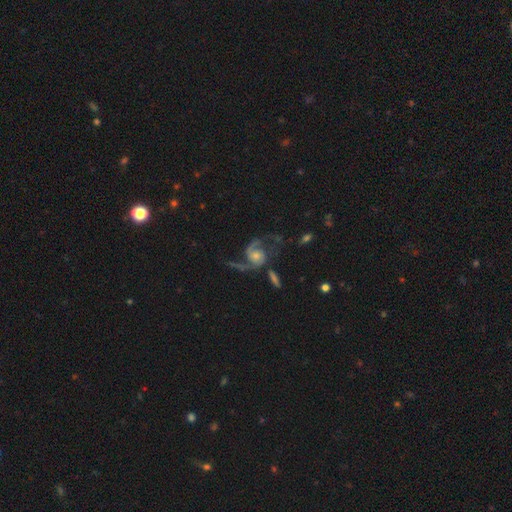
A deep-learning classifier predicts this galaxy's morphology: This is clearly a featured or disk galaxy (86%). It is clearly not viewed edge-on (97%). Bar: likely no (68%). Spiral arm pattern: clearly yes (96%). Spiral arm count: clearly 2 (80%). Spiral winding: marginally medium (44%). Central bulge: marginally moderate (45%). Merging: possibly none (46%).